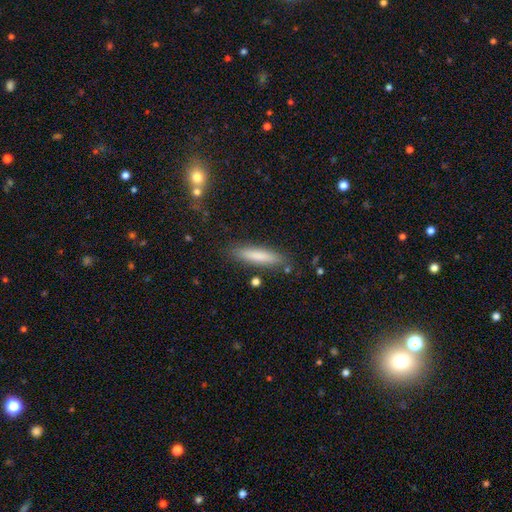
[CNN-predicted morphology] Smooth or featured?
  - smooth: 76% *
  - featured or disk: 16%
  - star or artifact: 7%
How rounded?
  - cigar-shaped: 85% *
  - in between: 13%
  - round: 1%
Merging?
  - none: 85% *
  - minor disturbance: 10%
  - merger: 3%
  - major disturbance: 2%